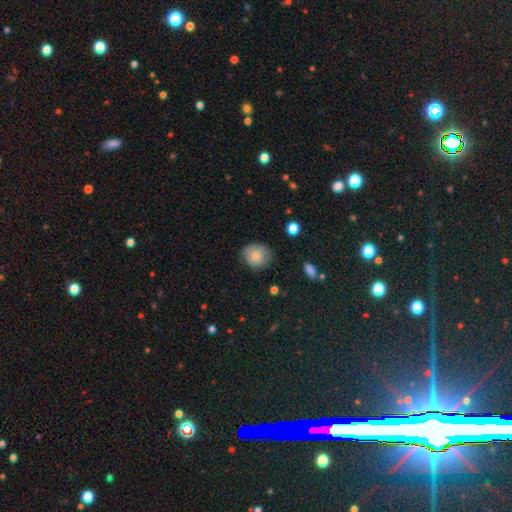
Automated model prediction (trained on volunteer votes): Overall: smooth (79%). How rounded: round (79%). Merging: none (75%).